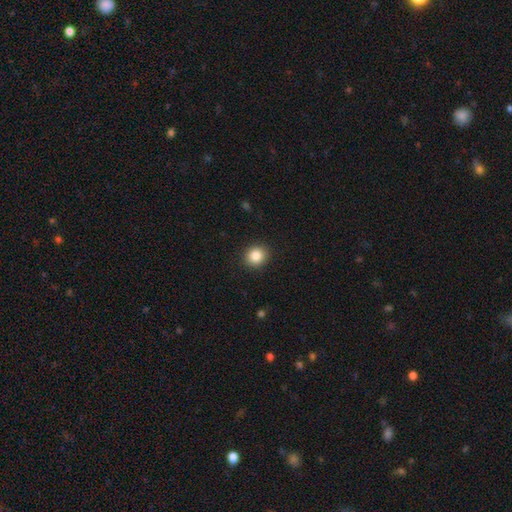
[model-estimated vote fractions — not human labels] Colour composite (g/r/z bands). It shows a smooth galaxy with no disk features (85%) that is round (82%). Merging: none (91%).